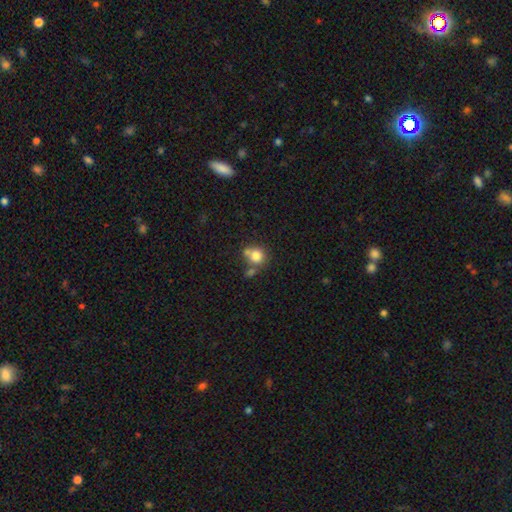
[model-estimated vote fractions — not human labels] This appears to be a smooth galaxy with no disk features (78%) that is round (81%). Merging: none (48%).